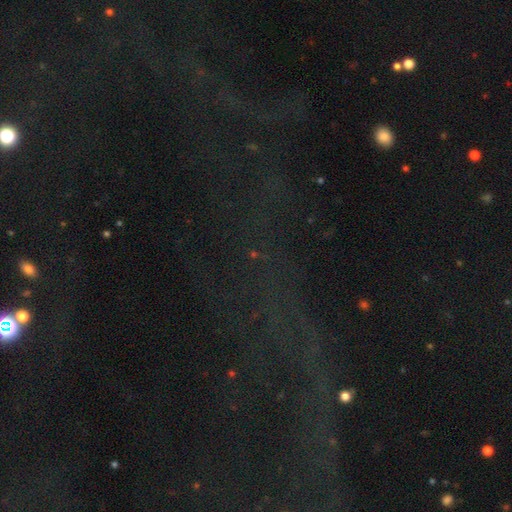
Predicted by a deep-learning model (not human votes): Morphology: type=star or artifact (74%).